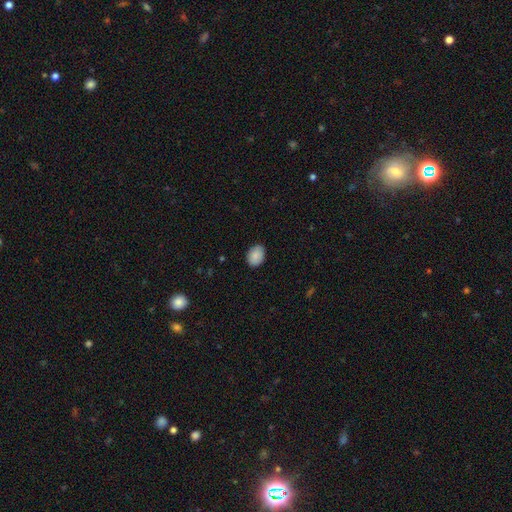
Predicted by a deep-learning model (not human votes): Overall: smooth (88%). How rounded: in between (71%). Merging: none (86%).